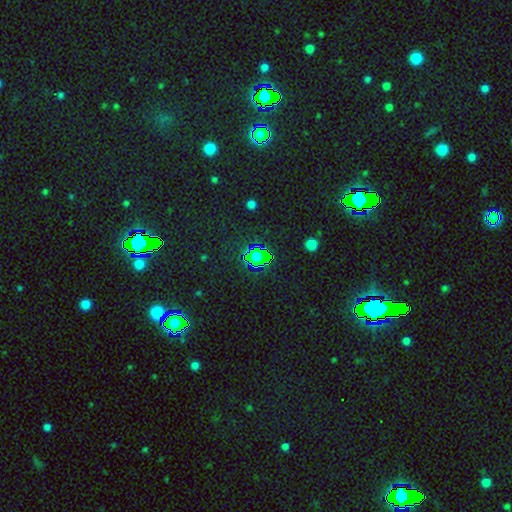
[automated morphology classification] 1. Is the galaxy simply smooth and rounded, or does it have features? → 60% star or artifact, 31% smooth, 9% featured or disk.